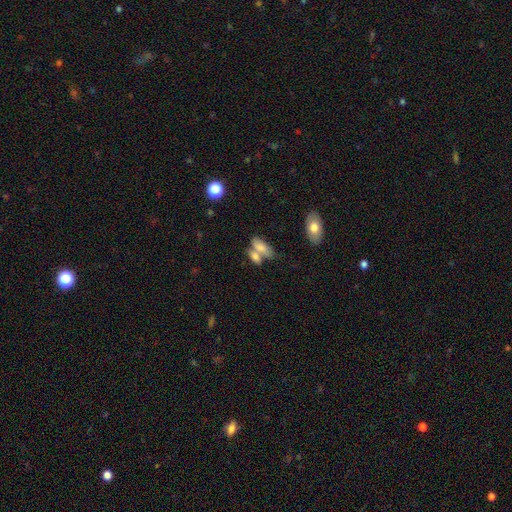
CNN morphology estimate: Smooth or featured? smooth (73%)
How rounded? in between (78%)
Merging? merger (52%)